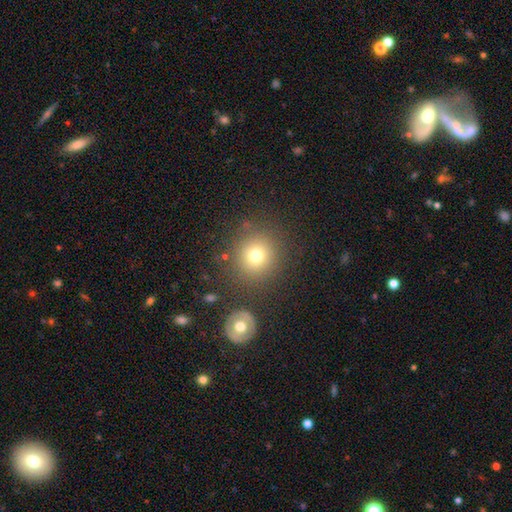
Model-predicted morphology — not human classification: A smooth galaxy with no disk features (74%) that is round (91%).

Vote fractions:
- Smooth or featured? smooth: 74% / star or artifact: 15% / featured or disk: 11%
- How rounded? round: 91% / in between: 8% / cigar-shaped: 1%
- Merging? none: 83% / minor disturbance: 9% / merger: 5% / major disturbance: 4%